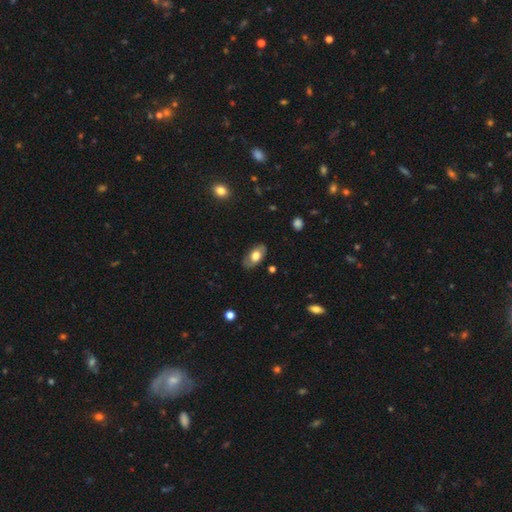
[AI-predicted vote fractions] A smooth galaxy with no disk features (65%) that is in between round and cigar-shaped (92%). Merging: none (81%).